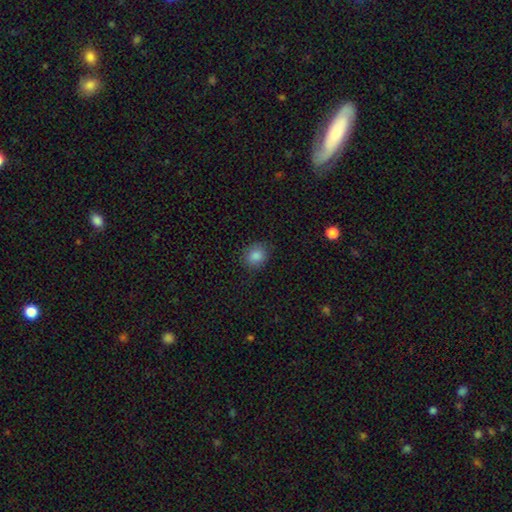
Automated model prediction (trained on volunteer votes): Smooth or featured? smooth (85%)
How rounded? round (68%)
Merging? none (82%)